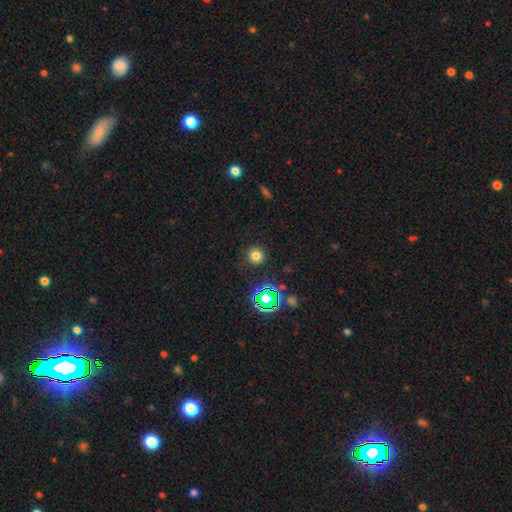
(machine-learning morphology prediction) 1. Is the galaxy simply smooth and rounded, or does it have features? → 71% smooth, 22% star or artifact, 6% featured or disk.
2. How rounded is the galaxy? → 93% round, 6% in between, 1% cigar-shaped.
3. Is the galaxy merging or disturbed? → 89% none, 7% minor disturbance, 3% major disturbance, 2% merger.